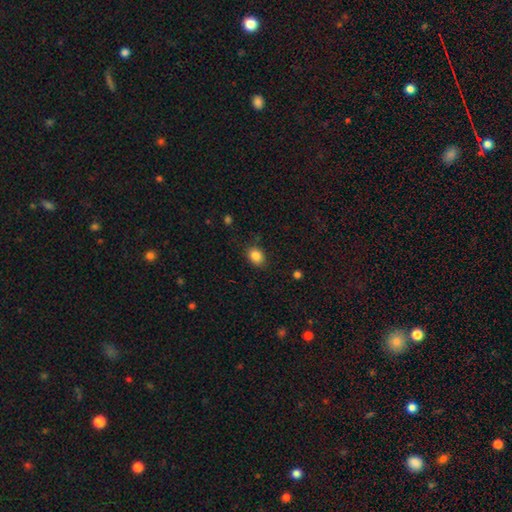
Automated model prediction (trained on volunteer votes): smooth_or_featured: smooth (p=0.86) [alt: star or artifact p=0.10]
how_rounded: in between (p=0.55) [alt: round p=0.44]
merging: none (p=0.83) [alt: minor disturbance p=0.12]